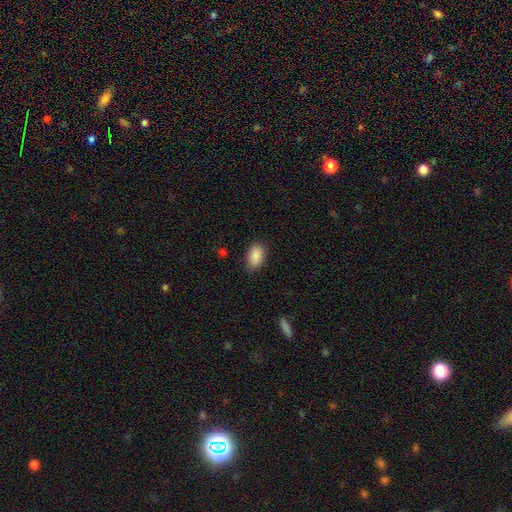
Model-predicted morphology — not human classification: Smooth or featured? smooth (89%)
How rounded? in between (92%)
Merging? none (84%)